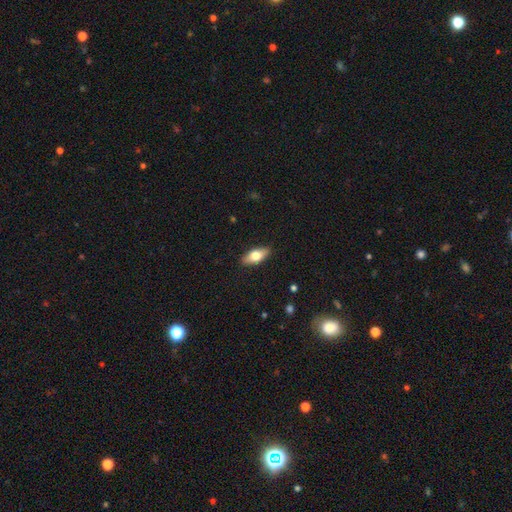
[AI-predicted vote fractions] Overall: smooth (67%). How rounded: in between (80%). Merging: none (88%).